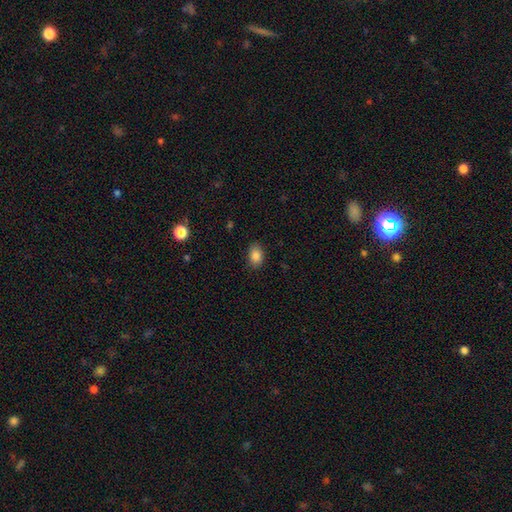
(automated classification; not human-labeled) Morphology: type=smooth (86%); roundness=in between (82%); merging=none (85%).